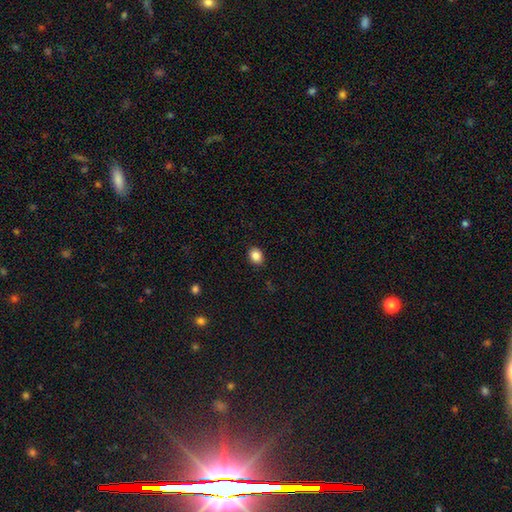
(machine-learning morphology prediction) A smooth galaxy with no disk features (86%) that is in between round and cigar-shaped (53%).

Vote fractions:
- Smooth or featured? smooth: 86% / star or artifact: 10% / featured or disk: 4%
- How rounded? in between: 53% / round: 46% / cigar-shaped: 1%
- Merging? none: 89% / minor disturbance: 8% / major disturbance: 2% / merger: 1%